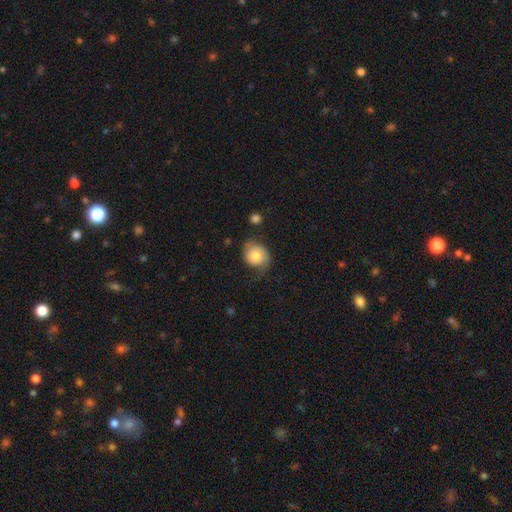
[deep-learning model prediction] Overall: smooth (67%). How rounded: round (65%; in between 34%). Merging: none (45%; minor disturbance 32%).